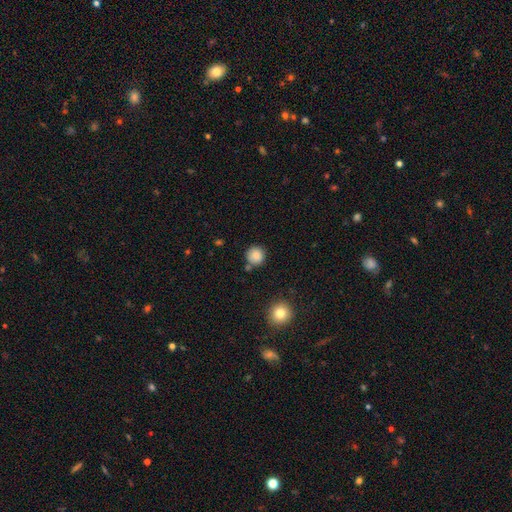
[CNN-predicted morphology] This is clearly a smooth galaxy (85%). How rounded: clearly round (94%). Merging: clearly none (82%).